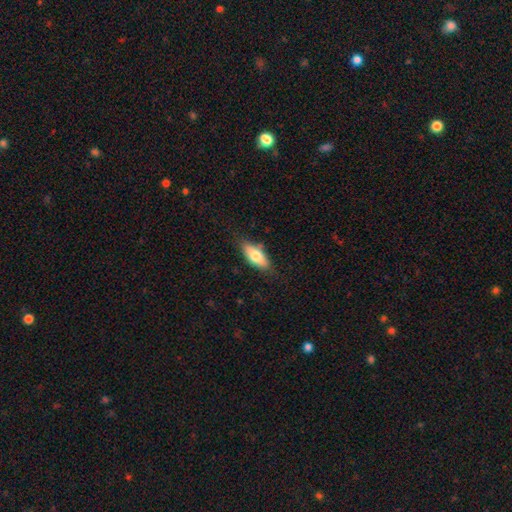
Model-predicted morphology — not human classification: Smooth or featured? smooth (72%)
How rounded? in between (80%)
Merging? none (79%)